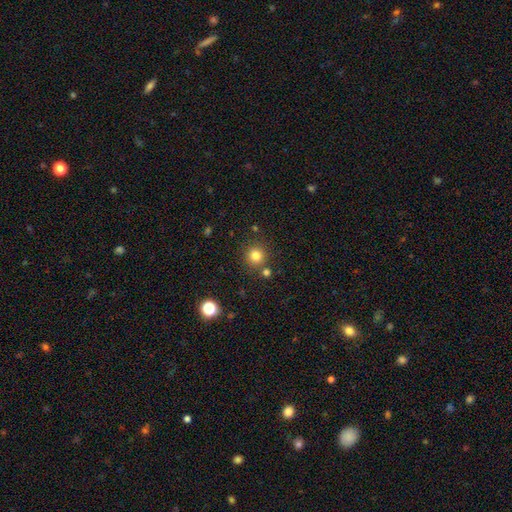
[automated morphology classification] Overall: smooth (80%). How rounded: round (93%). Merging: none (82%).